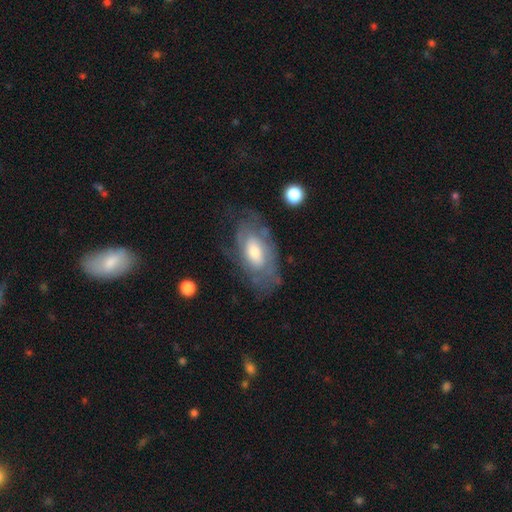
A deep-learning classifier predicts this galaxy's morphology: Q: Smooth or featured?
A: featured or disk (65%); runner-up: smooth (28%)
Q: Edge-on disk?
A: no (92%); runner-up: yes (8%)
Q: Bar?
A: no (64%); runner-up: weak (29%)
Q: Spiral arms?
A: yes (77%); runner-up: no (23%)
Q: Bulge size?
A: moderate (49%); runner-up: small (28%)
Q: Merging?
A: none (59%); runner-up: minor disturbance (22%)